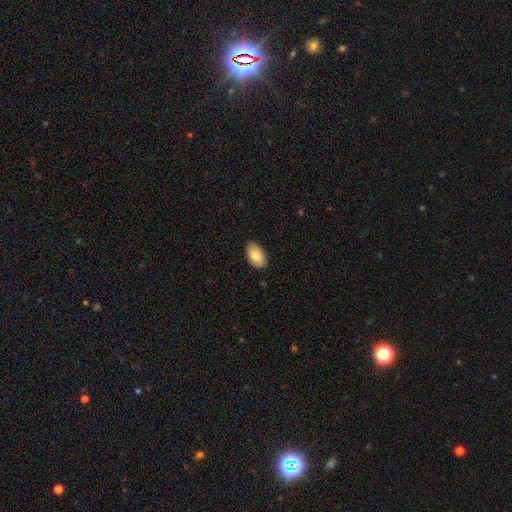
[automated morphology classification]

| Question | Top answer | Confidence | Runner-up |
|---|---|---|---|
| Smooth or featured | smooth | 78% | featured or disk (16%) |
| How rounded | in between | 94% | round (5%) |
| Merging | none | 86% | minor disturbance (11%) |